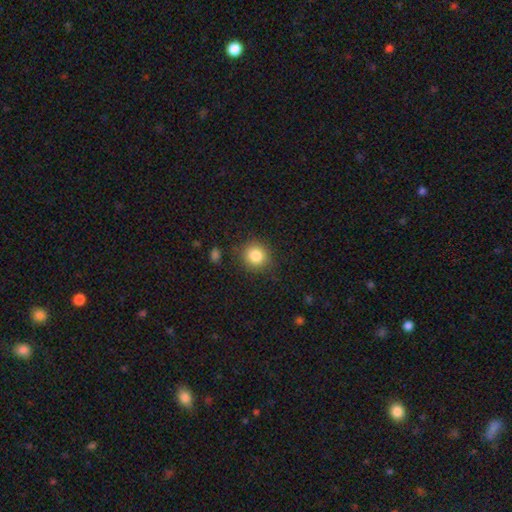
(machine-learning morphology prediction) type=smooth (84%); roundness=round (89%); merging=none (85%).